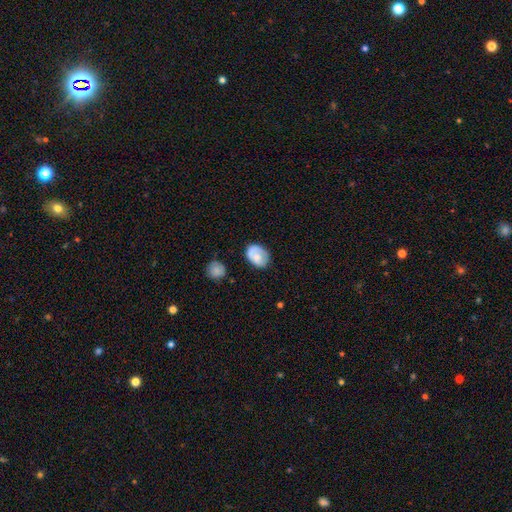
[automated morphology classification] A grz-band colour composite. It shows a smooth galaxy with no disk features (70%) that is in between round and cigar-shaped (73%). Merging: none (66%).